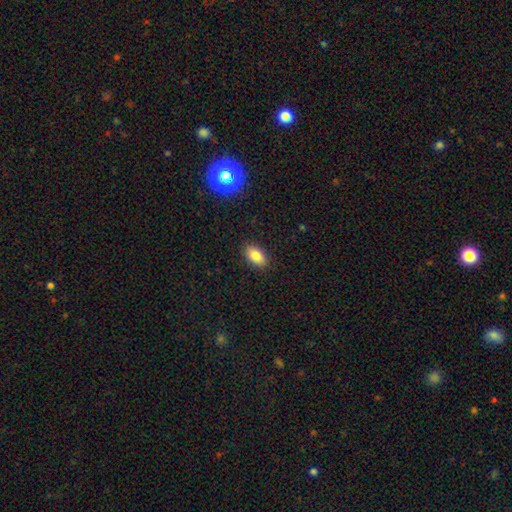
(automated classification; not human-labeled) A smooth galaxy with no disk features (83%) that is in between round and cigar-shaped (91%). Merging: none (88%).